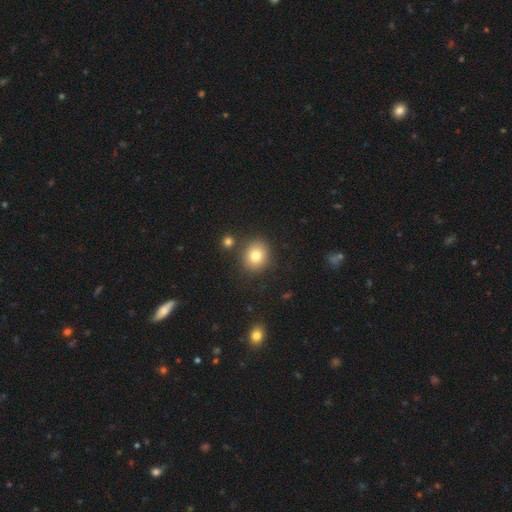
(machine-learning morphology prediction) Smooth or featured? Predicted: smooth (p=0.80). How rounded? Predicted: round (p=0.75). Merging? Predicted: none (p=0.83).